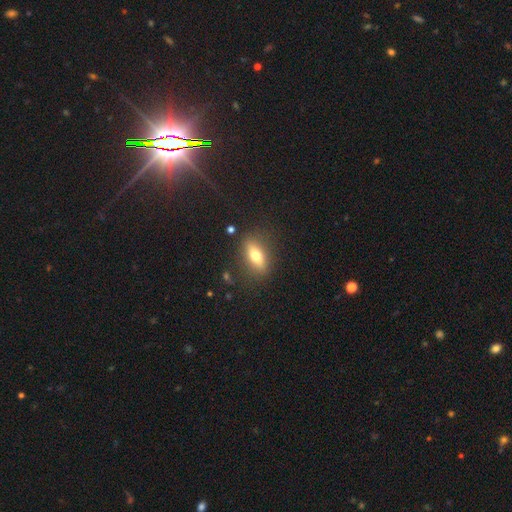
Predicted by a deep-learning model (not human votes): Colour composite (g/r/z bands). It shows a smooth galaxy with no disk features (63%) that is in between round and cigar-shaped (69%). Merging: none (84%).